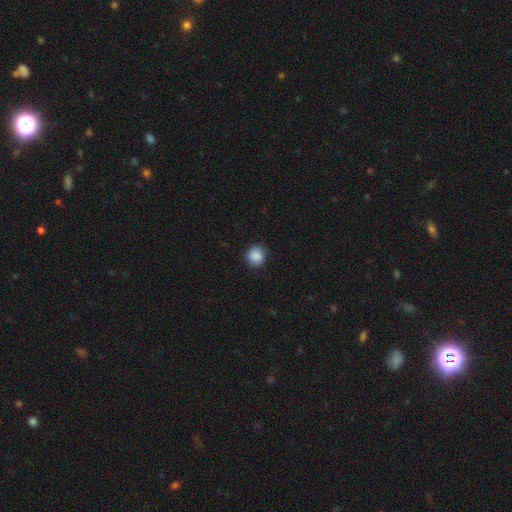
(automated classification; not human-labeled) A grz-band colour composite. It shows a smooth galaxy with no disk features (88%) that is round (85%). Merging: none (84%).